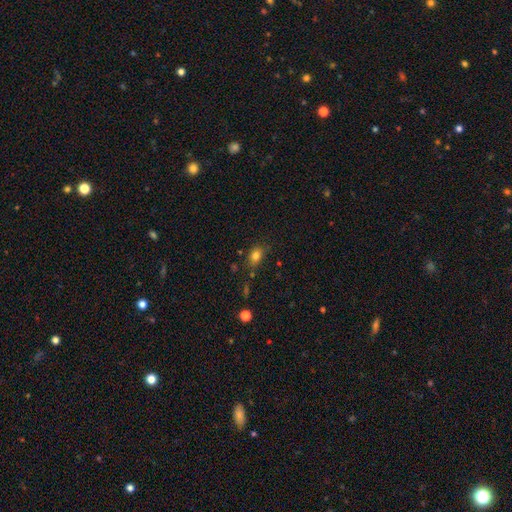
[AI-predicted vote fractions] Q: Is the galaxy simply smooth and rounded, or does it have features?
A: smooth — 80%.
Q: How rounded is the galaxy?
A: in between — 62%.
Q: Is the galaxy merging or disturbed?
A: none — 69%.